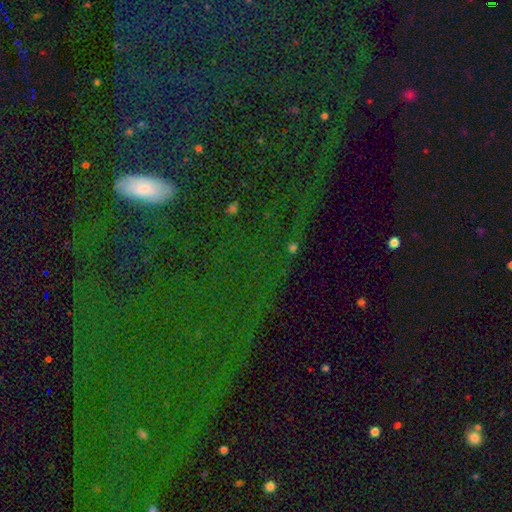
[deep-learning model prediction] Q: Smooth or featured?
A: star or artifact (64%); runner-up: smooth (23%)